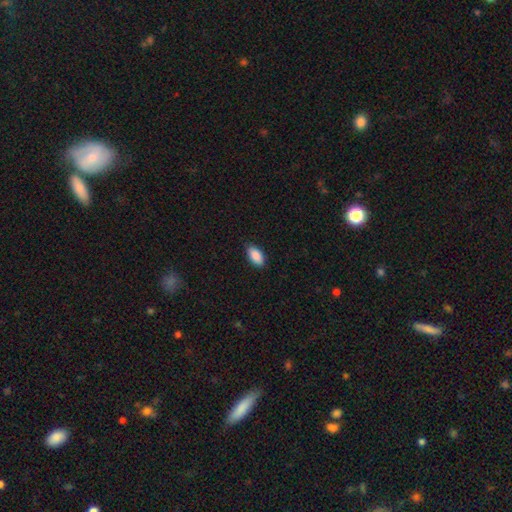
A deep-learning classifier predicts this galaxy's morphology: This appears to be a smooth galaxy with no disk features (89%) that is in between round and cigar-shaped (93%). Merging: none (86%).